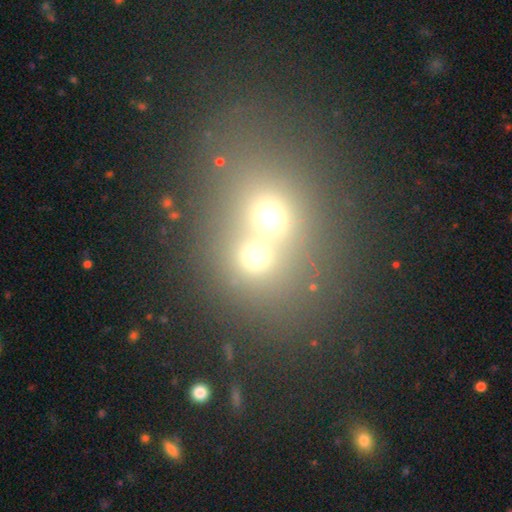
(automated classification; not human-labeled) This is likely a smooth galaxy (69%). How rounded: clearly round (83%). Merging: likely merger (64%).